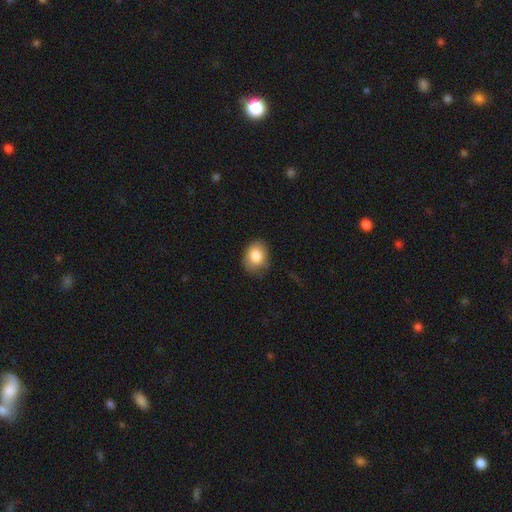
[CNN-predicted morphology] Q: Smooth or featured?
A: smooth (83%); runner-up: featured or disk (9%)
Q: How rounded?
A: in between (56%); runner-up: round (43%)
Q: Merging?
A: none (74%); runner-up: minor disturbance (20%)